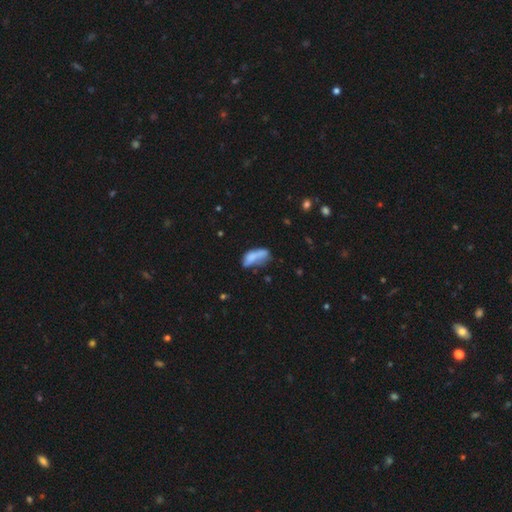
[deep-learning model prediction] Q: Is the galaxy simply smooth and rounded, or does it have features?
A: smooth — 68%.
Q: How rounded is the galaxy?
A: in between — 78%.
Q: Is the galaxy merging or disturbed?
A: minor disturbance — 27%, tied with none.